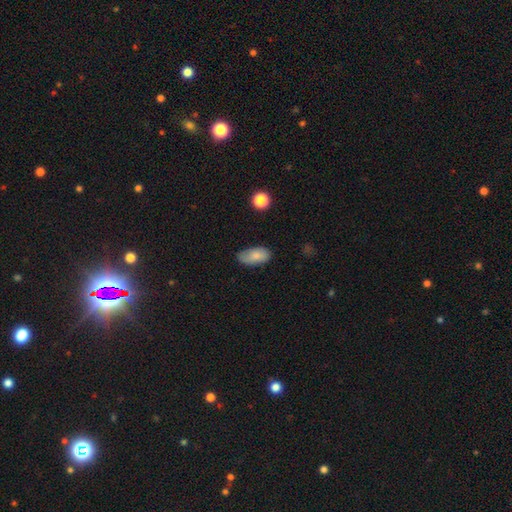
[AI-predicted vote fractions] smooth 80%, featured or disk 13%, star or artifact 7%. Down the decision tree: how rounded — in between (93%); merging — none (68%).